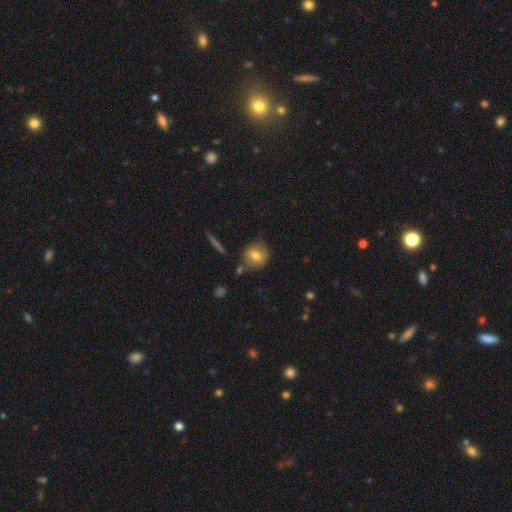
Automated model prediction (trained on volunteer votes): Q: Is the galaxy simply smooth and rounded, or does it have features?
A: smooth — 72%.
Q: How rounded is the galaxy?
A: round — 85%.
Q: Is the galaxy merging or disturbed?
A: none — 73%.